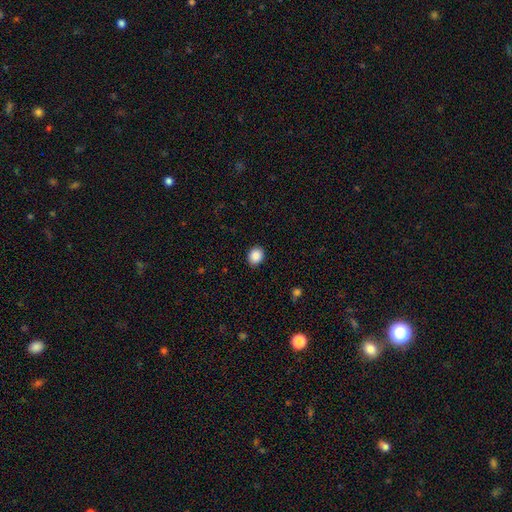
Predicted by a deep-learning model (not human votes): Smooth or featured? Predicted: smooth (p=0.88). How rounded? Predicted: round (p=0.65). Merging? Predicted: none (p=0.89).